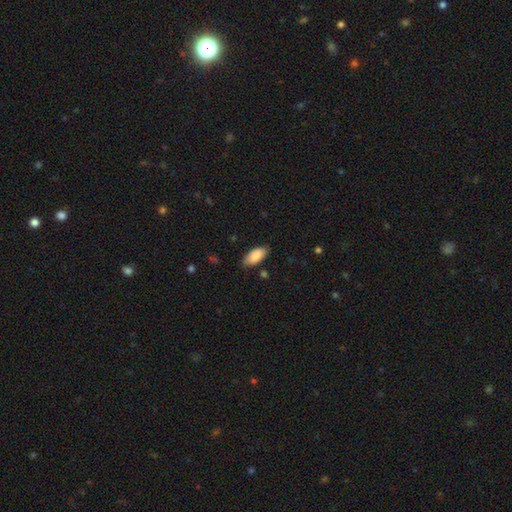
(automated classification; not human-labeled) This appears to be a smooth galaxy with no disk features (88%) that is in between round and cigar-shaped (92%). Merging: none (81%).